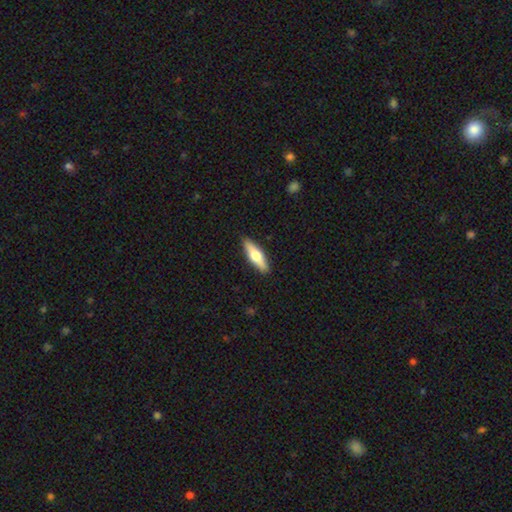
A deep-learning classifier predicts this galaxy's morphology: Overall: smooth (50%; featured or disk 45%). How rounded: cigar-shaped (64%; in between 33%). Merging: none (91%).